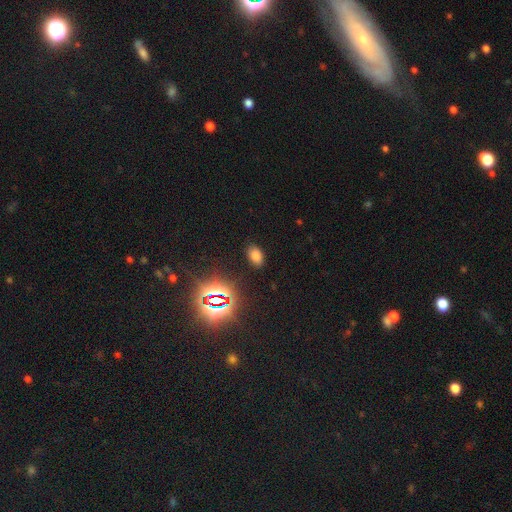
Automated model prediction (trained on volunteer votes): smooth_or_featured: smooth (p=0.69) [alt: star or artifact p=0.25]
how_rounded: in between (p=0.90) [alt: round p=0.09]
merging: none (p=0.86) [alt: minor disturbance p=0.10]